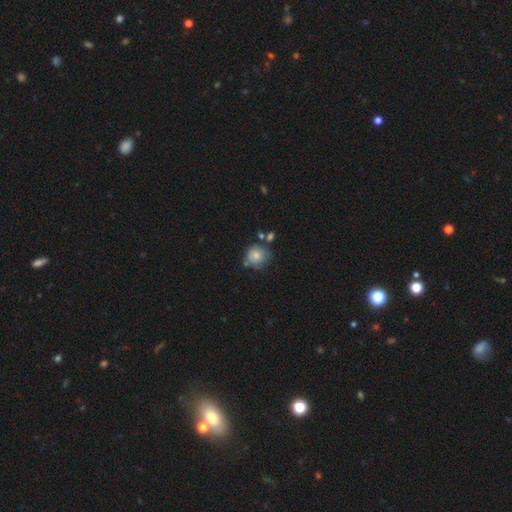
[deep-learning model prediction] Smooth or featured? smooth (76%)
How rounded? round (87%)
Merging? none (58%)